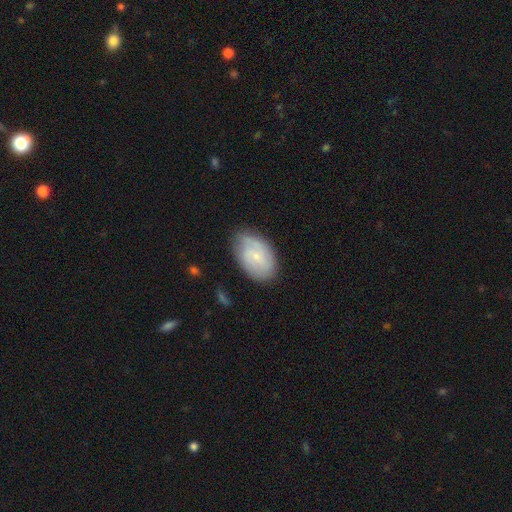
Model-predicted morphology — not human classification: This is possibly a featured or disk galaxy (47%). Merging: likely none (72%).